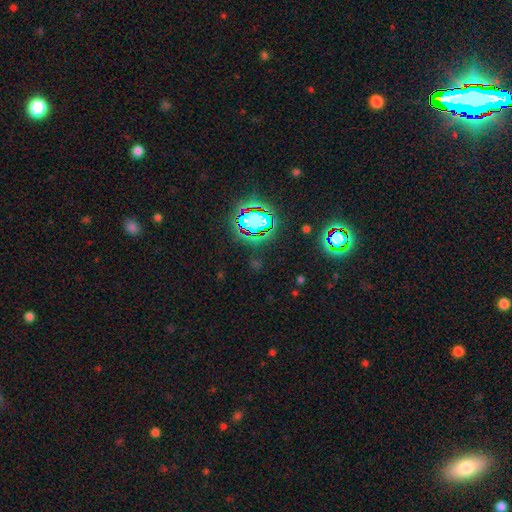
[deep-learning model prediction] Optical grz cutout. It shows a star or artifact, not a galaxy (78%).